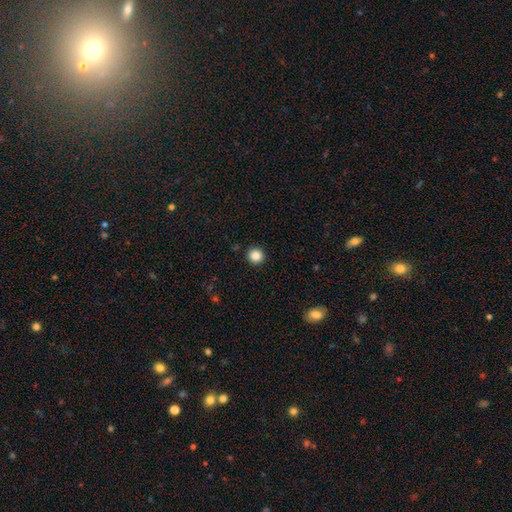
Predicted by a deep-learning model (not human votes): smooth 86%, star or artifact 10%, featured or disk 4%. Down the decision tree: how rounded — round (94%); merging — none (92%).